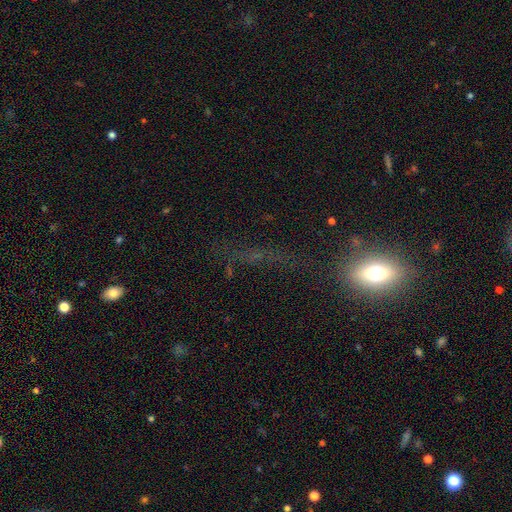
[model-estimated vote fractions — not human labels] This is marginally a smooth galaxy (44%). Merging: likely none (63%).